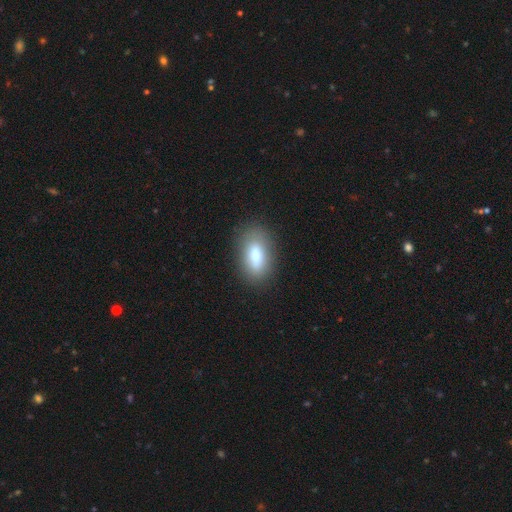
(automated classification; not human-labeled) This appears to be a smooth galaxy with no disk features (76%) that is in between round and cigar-shaped (86%). Merging: none (83%).